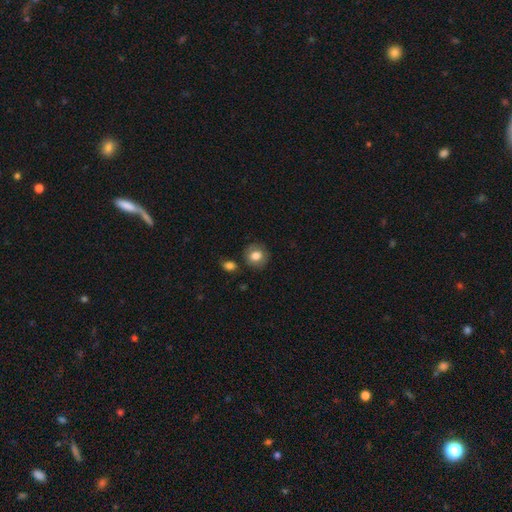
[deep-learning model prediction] The model was most divided on "smooth or featured": smooth: 79%, featured or disk: 13%, star or artifact: 8%. More confident: how rounded — round (83%); merging — none (82%).